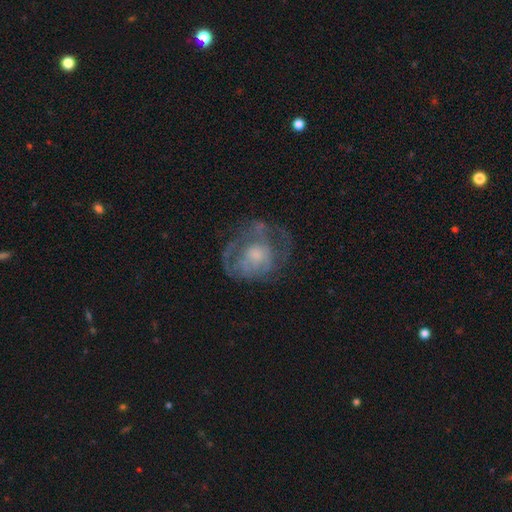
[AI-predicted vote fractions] Smooth or featured?
  - featured or disk: 63% *
  - smooth: 28%
  - star or artifact: 9%
Edge-on disk?
  - no: 97% *
  - yes: 3%
Bar?
  - no: 82% *
  - weak: 15%
  - strong: 3%
Spiral arms?
  - no: 54% *
  - yes: 46%
Bulge size?
  - moderate: 44% *
  - small: 32%
  - none: 11%
  - large: 11%
  - dominant: 2%
Merging?
  - none: 48% *
  - major disturbance: 28%
  - minor disturbance: 22%
  - merger: 2%